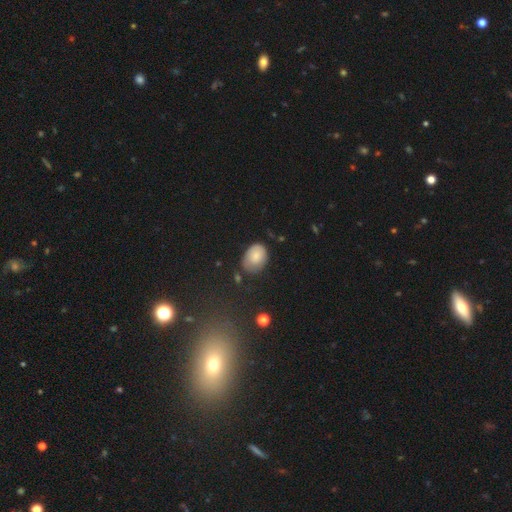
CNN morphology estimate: Smooth or featured? smooth (80%)
How rounded? in between (76%)
Merging? none (60%)